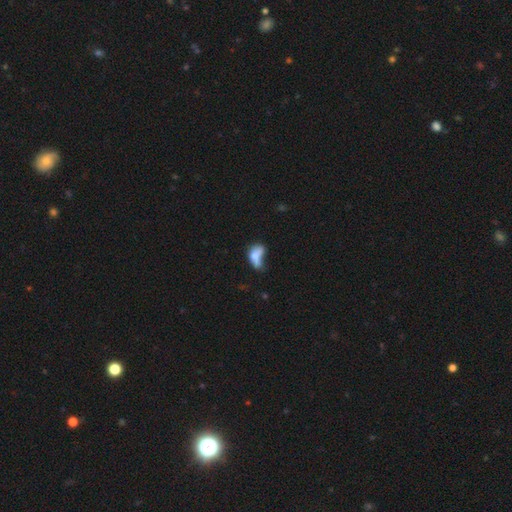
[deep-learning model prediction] Q: Smooth or featured?
A: smooth (67%); runner-up: featured or disk (22%)
Q: How rounded?
A: in between (84%); runner-up: round (10%)
Q: Merging?
A: merger (30%); tied with: major disturbance (30%)